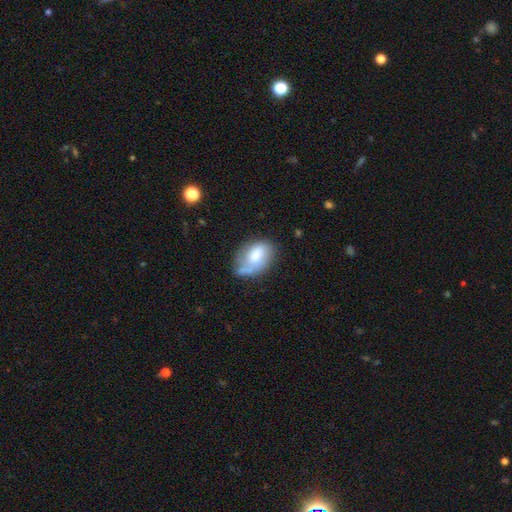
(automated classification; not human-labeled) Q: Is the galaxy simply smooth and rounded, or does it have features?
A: smooth — 62%.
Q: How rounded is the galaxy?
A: in between — 84%.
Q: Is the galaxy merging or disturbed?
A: none — 43%.